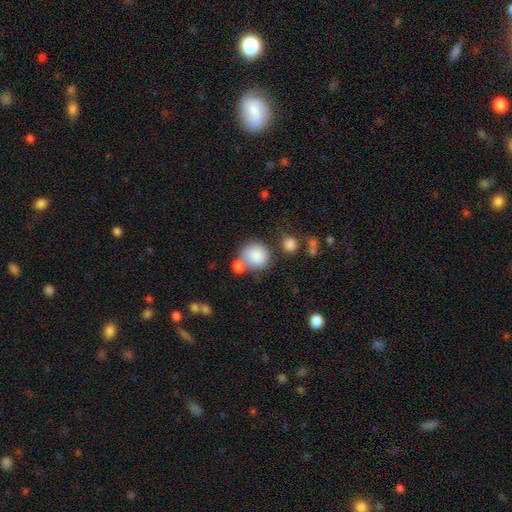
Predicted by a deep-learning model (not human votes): Smooth or featured: smooth — 84% (star or artifact — 8%)
How rounded: round — 86% (in between — 13%)
Merging: none — 55% (merger — 24%)